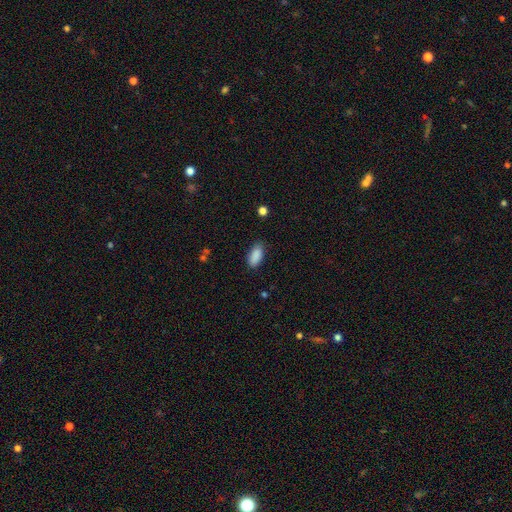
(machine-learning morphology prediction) The model was most divided on "merging": none: 83%, minor disturbance: 13%, major disturbance: 3%, merger: 1%. More confident: how rounded — in between (90%); smooth or featured — smooth (89%).